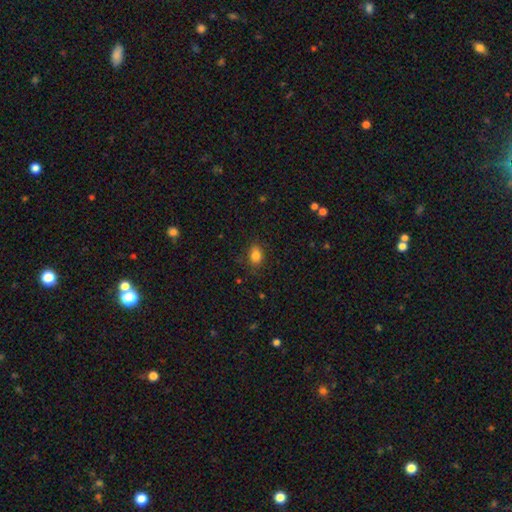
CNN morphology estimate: Smooth or featured? smooth (83%)
How rounded? in between (72%)
Merging? none (81%)